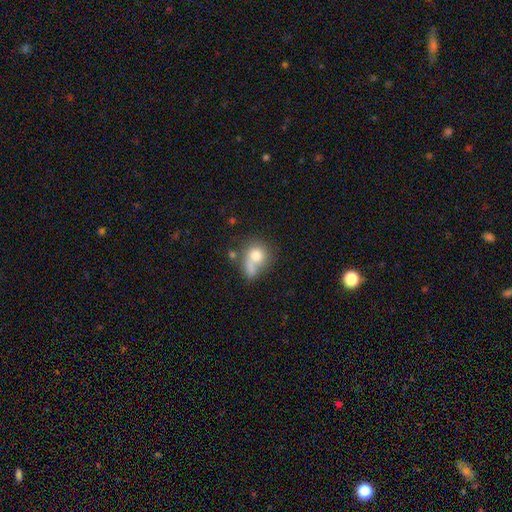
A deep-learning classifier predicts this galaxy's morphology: The model was most divided on "merging": merger: 38%, none: 32%, major disturbance: 15%, minor disturbance: 15%. More confident: smooth or featured — smooth (74%); how rounded — round (66%).